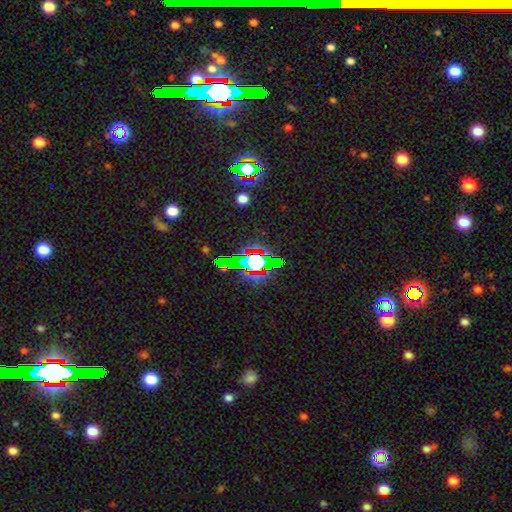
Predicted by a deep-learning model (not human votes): This appears to be a star or artifact, not a galaxy (65%).